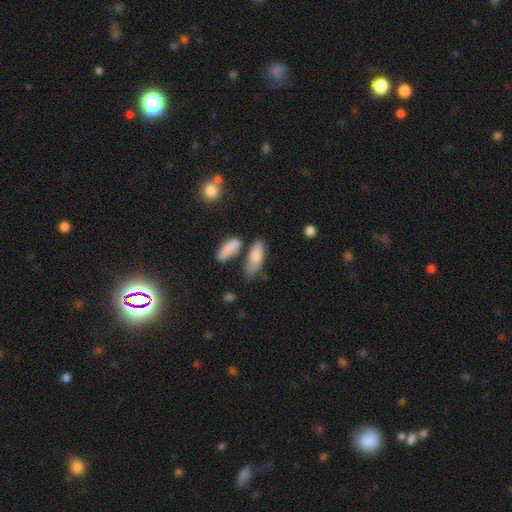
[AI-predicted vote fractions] smooth_or_featured: smooth (p=0.81) [alt: featured or disk p=0.12]
how_rounded: in between (p=0.77) [alt: cigar-shaped p=0.19]
merging: none (p=0.53) [alt: minor disturbance p=0.23]